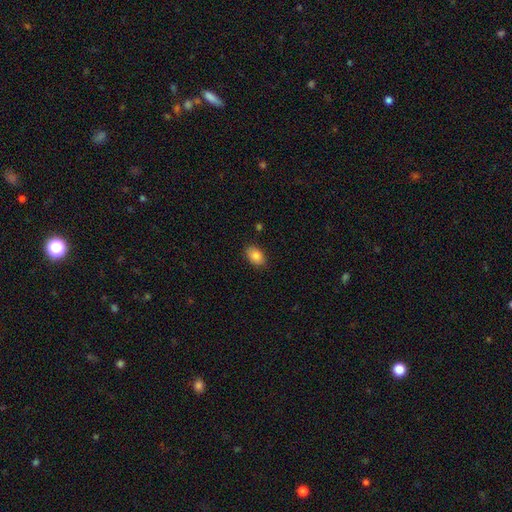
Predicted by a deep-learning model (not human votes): Smooth or featured?
  - smooth: 86% *
  - star or artifact: 8%
  - featured or disk: 6%
How rounded?
  - in between: 86% *
  - round: 13%
  - cigar-shaped: 1%
Merging?
  - none: 85% *
  - minor disturbance: 11%
  - major disturbance: 2%
  - merger: 1%